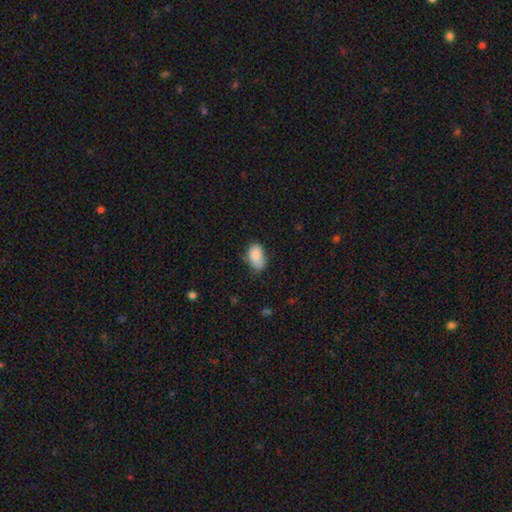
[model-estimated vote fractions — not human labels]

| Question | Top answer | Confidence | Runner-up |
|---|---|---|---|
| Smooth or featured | smooth | 86% | star or artifact (8%) |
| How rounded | in between | 90% | round (8%) |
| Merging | none | 55% | minor disturbance (35%) |